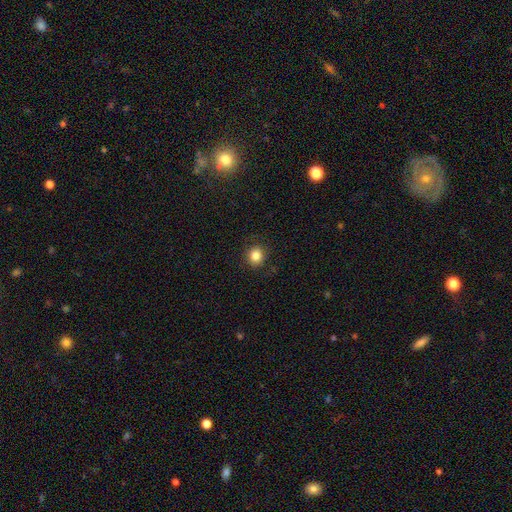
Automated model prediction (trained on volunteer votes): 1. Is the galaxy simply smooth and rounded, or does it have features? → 84% smooth, 11% star or artifact, 6% featured or disk.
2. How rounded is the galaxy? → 83% round, 16% in between, 1% cigar-shaped.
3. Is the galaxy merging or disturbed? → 87% none, 9% minor disturbance, 3% major disturbance, 1% merger.